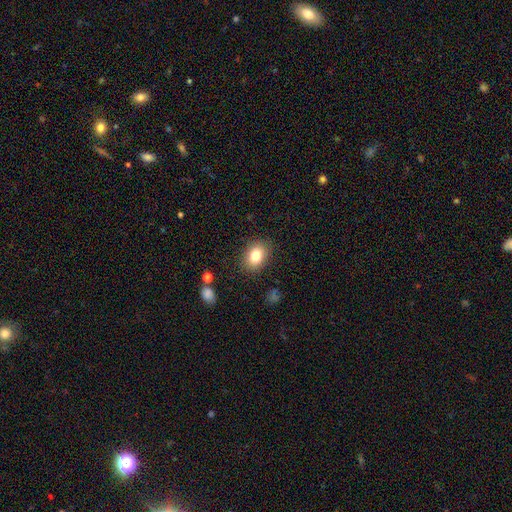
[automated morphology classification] Smooth or featured: smooth — 81% (featured or disk — 10%)
How rounded: in between — 71% (round — 28%)
Merging: none — 85% (minor disturbance — 10%)